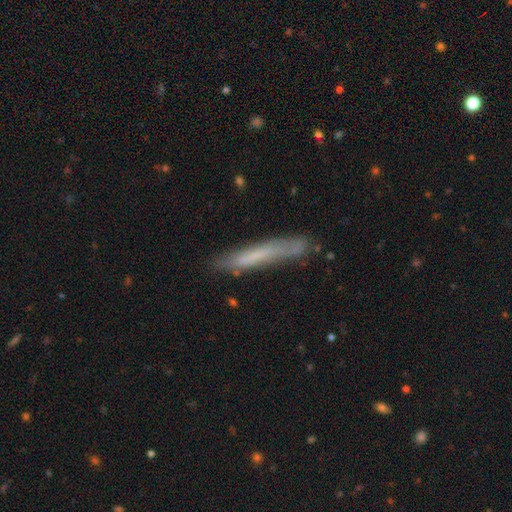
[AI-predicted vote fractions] Smooth or featured?
  - smooth: 56% *
  - featured or disk: 38%
  - star or artifact: 7%
How rounded?
  - cigar-shaped: 93% *
  - in between: 6%
  - round: 1%
Merging?
  - none: 70% *
  - minor disturbance: 21%
  - major disturbance: 6%
  - merger: 3%